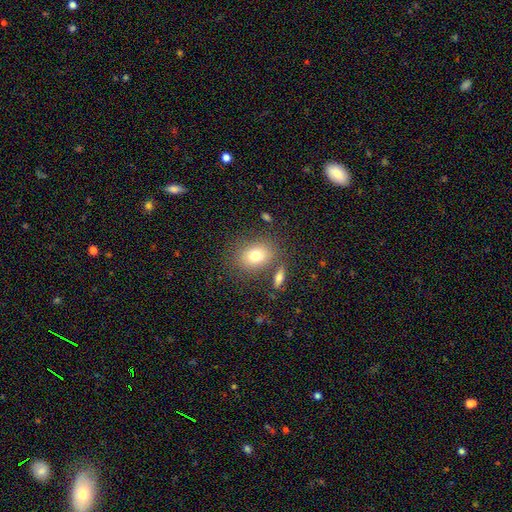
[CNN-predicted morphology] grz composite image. It shows a smooth galaxy with no disk features (77%) that is in between round and cigar-shaped (58%). Merging: none (75%).